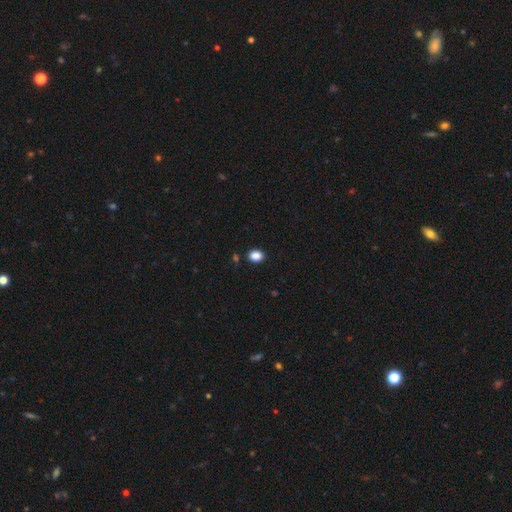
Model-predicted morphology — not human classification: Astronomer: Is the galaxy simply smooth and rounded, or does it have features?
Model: smooth — 87%.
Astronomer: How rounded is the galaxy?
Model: in between — 65%.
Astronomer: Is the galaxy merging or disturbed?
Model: none — 87%.